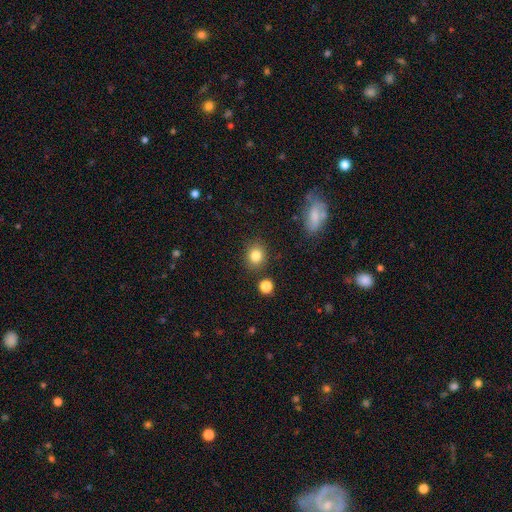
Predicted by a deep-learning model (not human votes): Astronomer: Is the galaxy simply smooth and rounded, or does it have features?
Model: smooth — 83%.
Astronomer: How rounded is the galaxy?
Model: round — 74%.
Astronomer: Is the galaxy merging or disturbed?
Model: none — 85%.